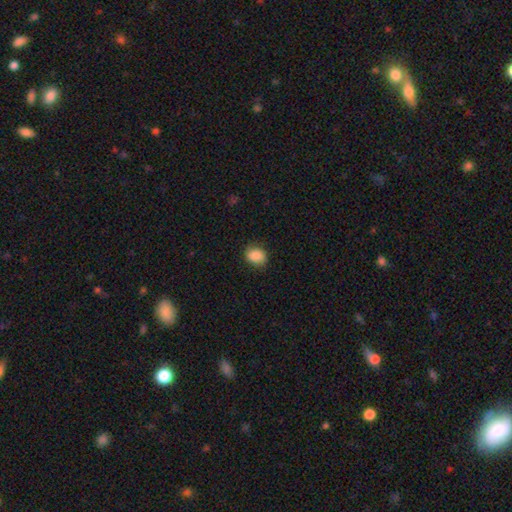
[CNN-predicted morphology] This is clearly a smooth galaxy (86%). How rounded: possibly round (52%). Merging: likely none (79%).